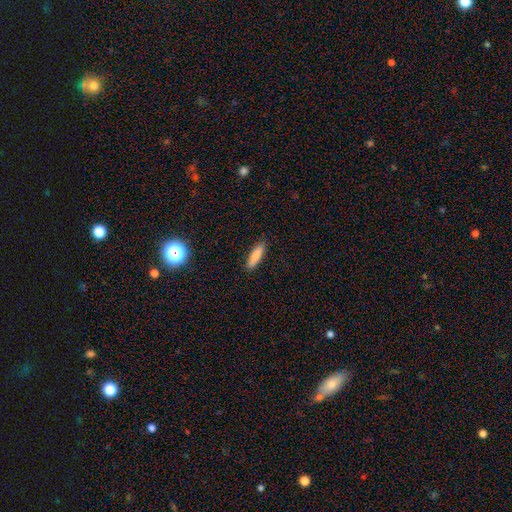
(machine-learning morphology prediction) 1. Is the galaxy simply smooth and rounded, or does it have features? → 82% smooth, 10% featured or disk, 8% star or artifact.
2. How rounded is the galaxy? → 69% cigar-shaped, 29% in between, 2% round.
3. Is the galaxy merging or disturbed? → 89% none, 8% minor disturbance, 2% major disturbance, 1% merger.